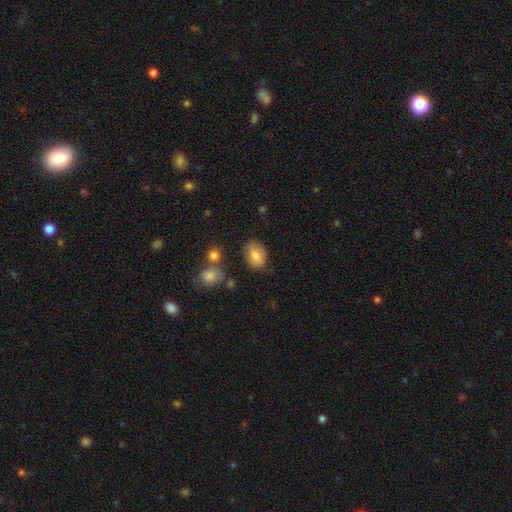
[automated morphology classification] This is clearly a smooth galaxy (82%). How rounded: likely in between (80%). Merging: likely none (77%).